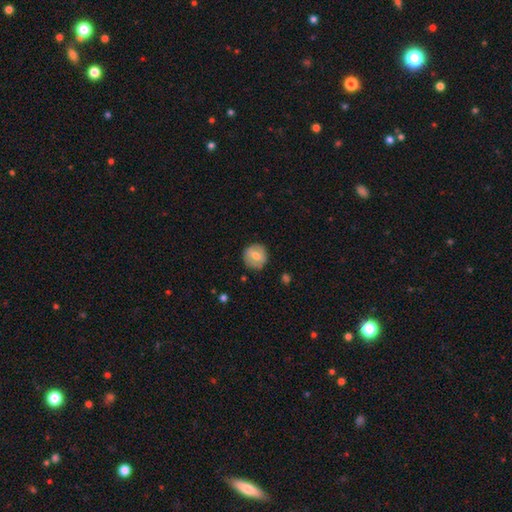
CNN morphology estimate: Smooth or featured: smooth — 61% (featured or disk — 32%)
How rounded: round — 89% (in between — 10%)
Merging: none — 84% (minor disturbance — 11%)